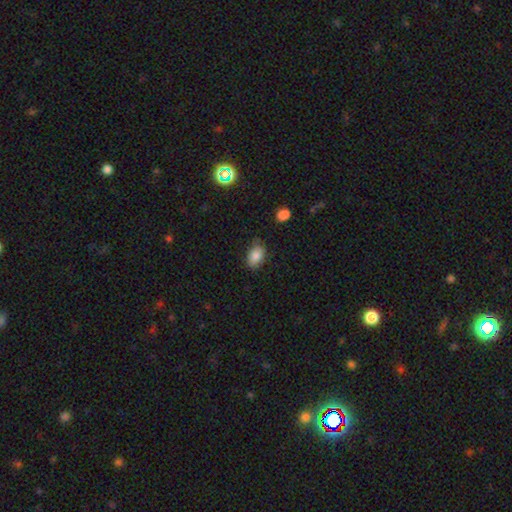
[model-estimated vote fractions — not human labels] Morphology: type=smooth (84%); roundness=in between (88%); merging=none (73%).